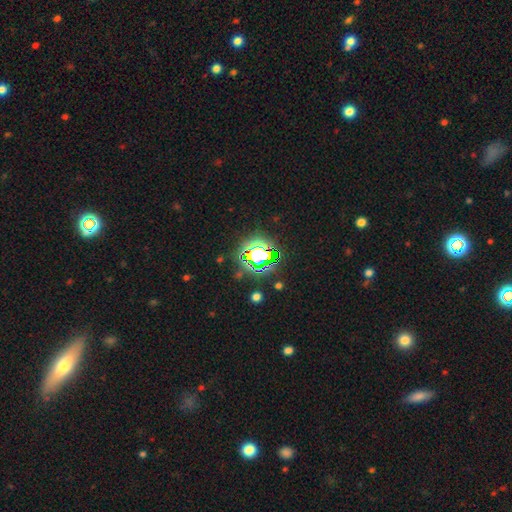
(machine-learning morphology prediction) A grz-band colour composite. It shows a star or artifact, not a galaxy (70%).